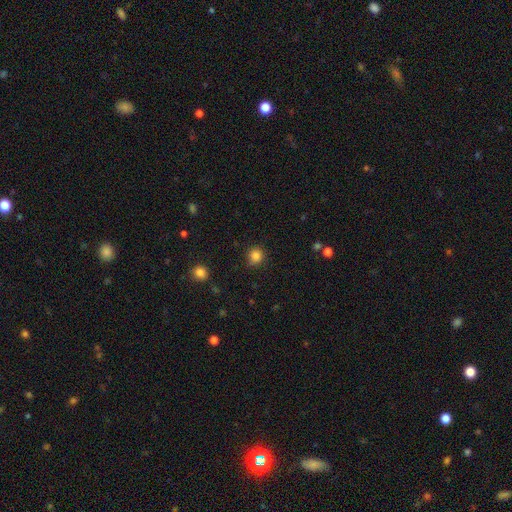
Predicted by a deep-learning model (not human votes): Smooth or featured? smooth (85%)
How rounded? round (88%)
Merging? none (86%)